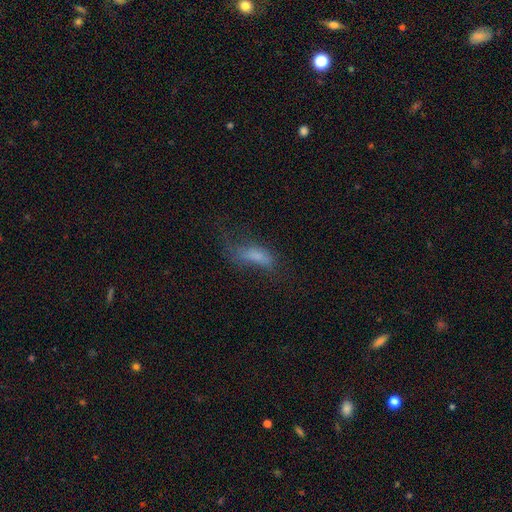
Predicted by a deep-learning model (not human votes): Morphology: type=smooth (61%); roundness=in between (64%); merging=major disturbance (37%).